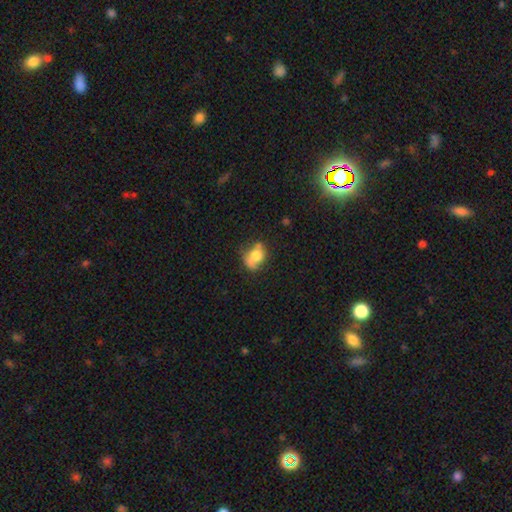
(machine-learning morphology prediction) smooth 65%, featured or disk 25%, star or artifact 10%. Down the decision tree: how rounded — in between (53%); merging — none (42%).